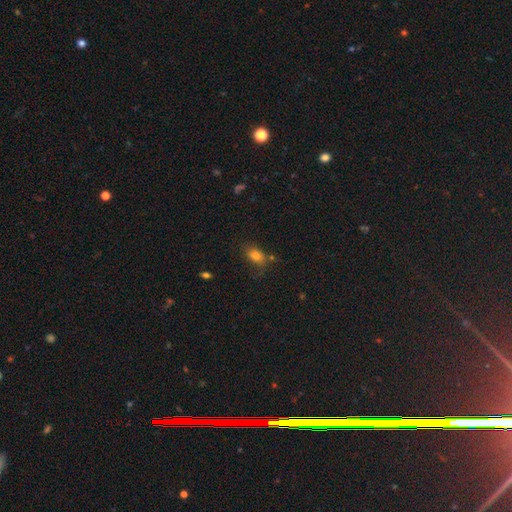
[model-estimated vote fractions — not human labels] Smooth or featured?
  - smooth: 77% *
  - star or artifact: 13%
  - featured or disk: 10%
How rounded?
  - in between: 77% *
  - round: 20%
  - cigar-shaped: 3%
Merging?
  - none: 60% *
  - minor disturbance: 23%
  - major disturbance: 12%
  - merger: 5%